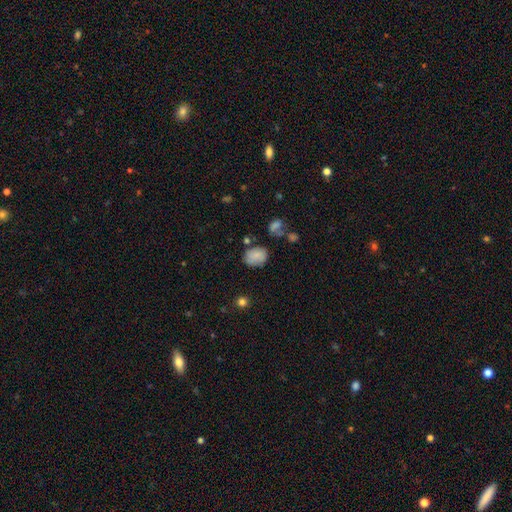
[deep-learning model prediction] Morphology: type=smooth (78%); roundness=in between (61%); merging=none (61%).